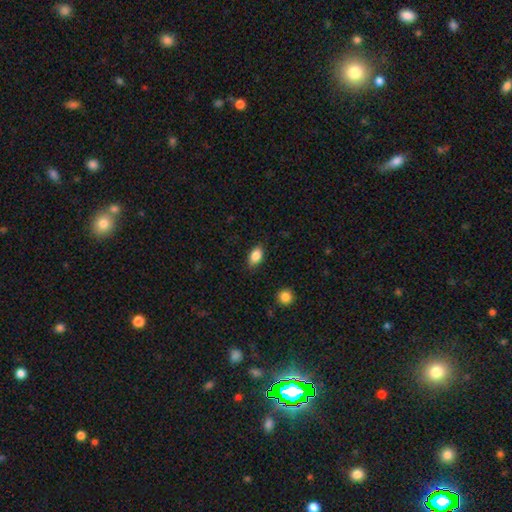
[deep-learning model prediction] Smooth or featured?
  - smooth: 85% *
  - star or artifact: 8%
  - featured or disk: 7%
How rounded?
  - in between: 87% *
  - round: 10%
  - cigar-shaped: 3%
Merging?
  - none: 83% *
  - minor disturbance: 12%
  - major disturbance: 3%
  - merger: 1%